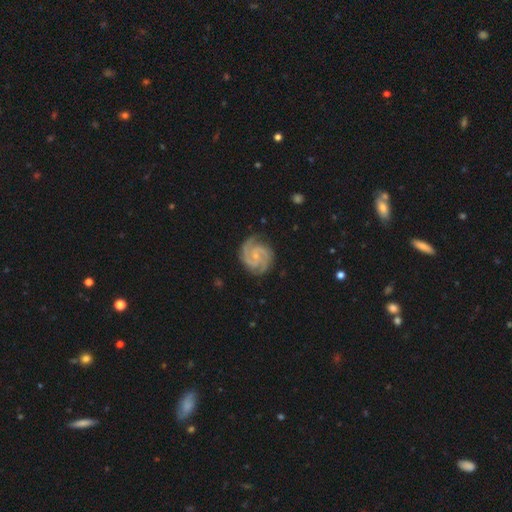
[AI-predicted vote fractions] This appears to be a featured or disk galaxy (93%) with no bar (63%), 3 (47%) tight (60%) spiral arms (99%) and a small central bulge (73%). Merging: none (81%).